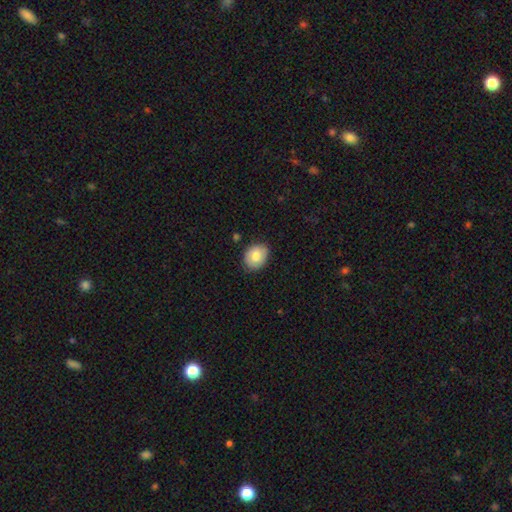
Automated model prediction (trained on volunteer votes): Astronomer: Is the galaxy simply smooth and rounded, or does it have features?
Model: smooth — 78%.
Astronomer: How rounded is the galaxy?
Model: in between — 54% (runner-up: round, 45%).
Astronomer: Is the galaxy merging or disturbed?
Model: none — 84%.